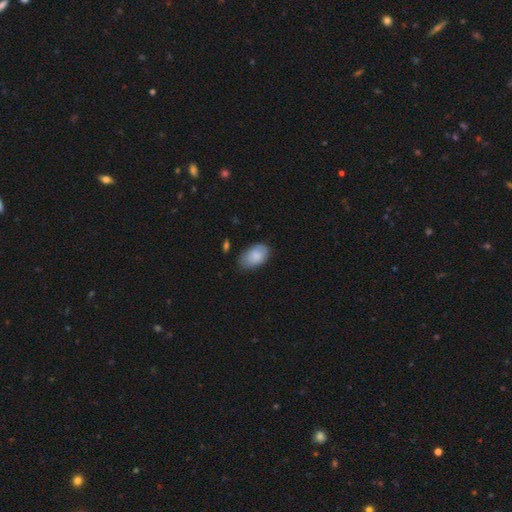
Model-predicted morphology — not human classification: smooth_or_featured: smooth (p=0.84) [alt: featured or disk p=0.09]
how_rounded: in between (p=0.93) [alt: round p=0.06]
merging: none (p=0.69) [alt: minor disturbance p=0.24]